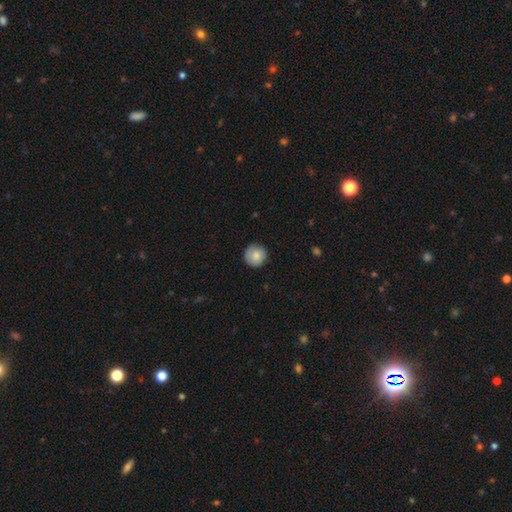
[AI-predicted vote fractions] Morphology: type=smooth (80%); roundness=round (94%); merging=none (84%).